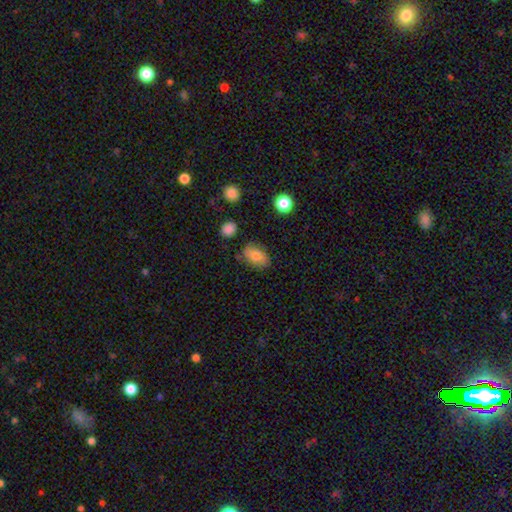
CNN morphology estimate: A smooth galaxy with no disk features (75%) that is in between round and cigar-shaped (85%). Merging: none (72%).